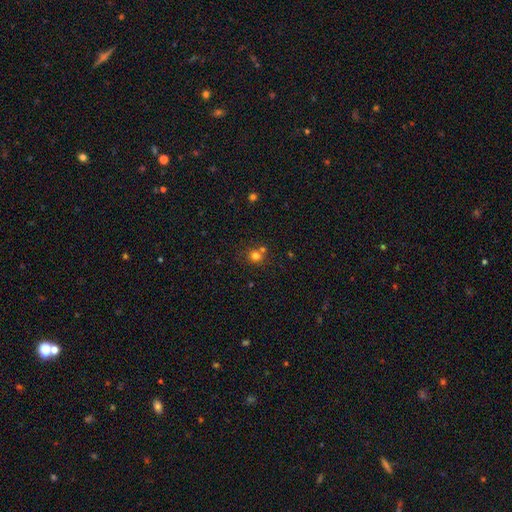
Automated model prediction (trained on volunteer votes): Morphology: type=smooth (76%); roundness=round (87%); merging=none (62%).